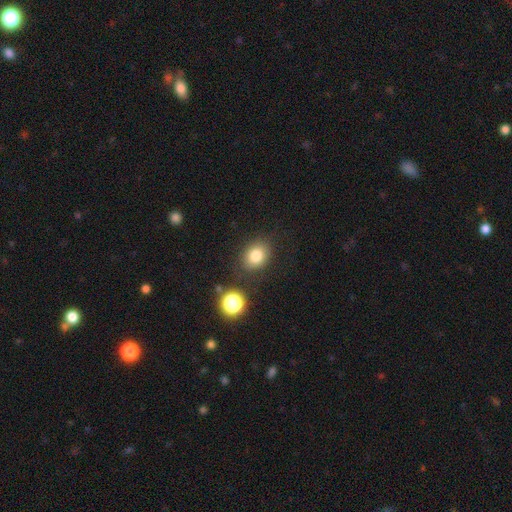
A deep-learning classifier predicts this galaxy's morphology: smooth-or-featured: smooth: 80% | star or artifact: 12% | featured or disk: 8%
  how-rounded: in between: 51% | round: 48% | cigar-shaped: 1%
  merging: none: 81% | minor disturbance: 11% | merger: 4% | major disturbance: 4%